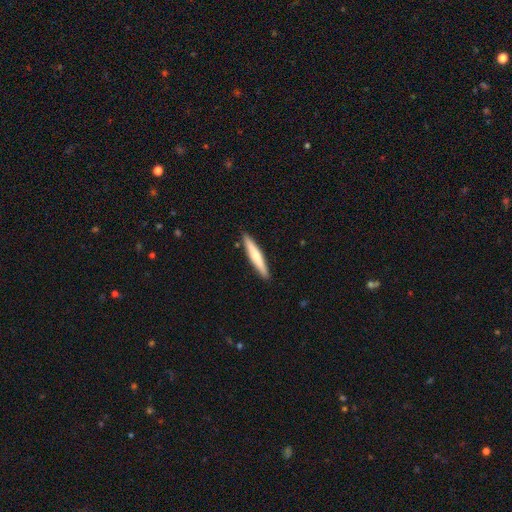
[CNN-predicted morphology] Smooth or featured: smooth — 60% (featured or disk — 35%)
How rounded: cigar-shaped — 94% (in between — 5%)
Merging: none — 90% (minor disturbance — 7%)